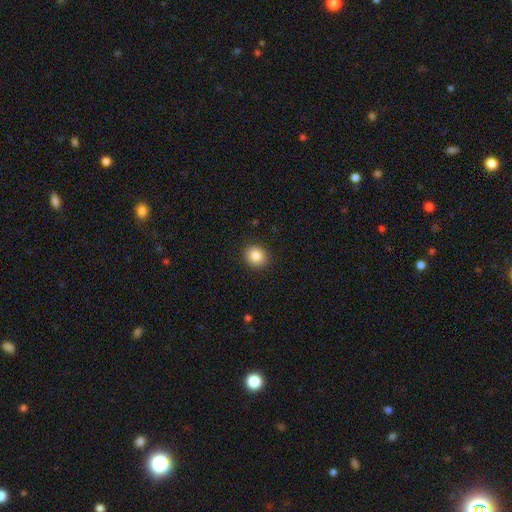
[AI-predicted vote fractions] Morphology: type=smooth (86%); roundness=round (80%); merging=none (91%).